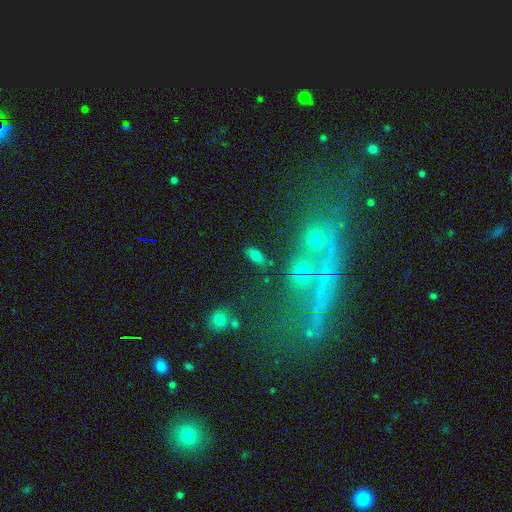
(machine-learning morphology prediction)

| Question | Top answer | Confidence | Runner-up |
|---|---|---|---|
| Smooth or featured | smooth | 75% | star or artifact (13%) |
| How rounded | in between | 79% | cigar-shaped (15%) |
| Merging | none | 80% | minor disturbance (11%) |